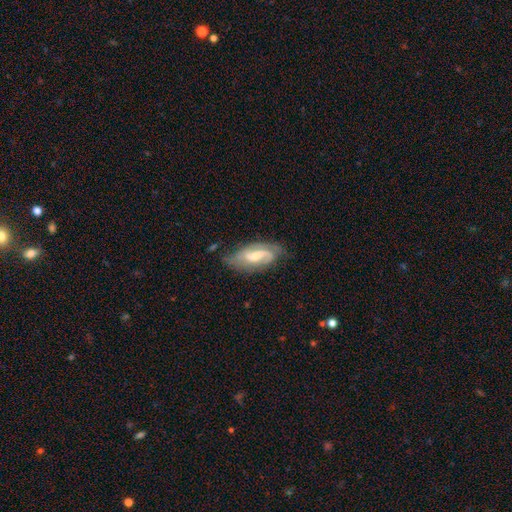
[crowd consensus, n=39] This is clearly a featured or disk galaxy (92%). It is clearly not viewed edge-on (94%). Bar: possibly weak (53%). Spiral arm pattern: clearly yes (100%). Spiral arm count: likely 2 (68%). Spiral winding: possibly medium (53%). Central bulge: marginally small (44%). Merging: possibly none (58%).